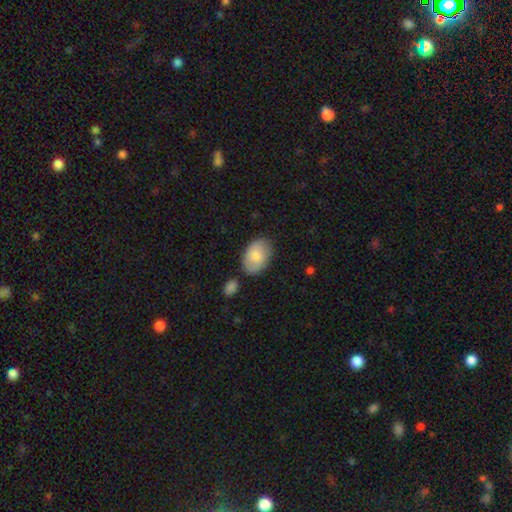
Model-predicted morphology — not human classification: Q: Smooth or featured?
A: smooth (80%); runner-up: featured or disk (14%)
Q: How rounded?
A: in between (88%); runner-up: round (11%)
Q: Merging?
A: none (76%); runner-up: minor disturbance (15%)